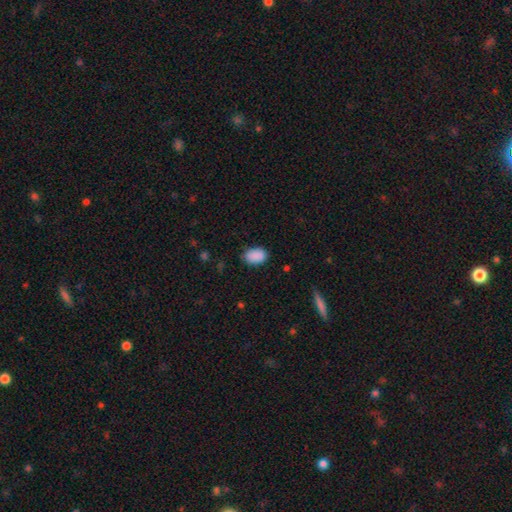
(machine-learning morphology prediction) Overall: smooth (89%). How rounded: in between (87%). Merging: none (81%).